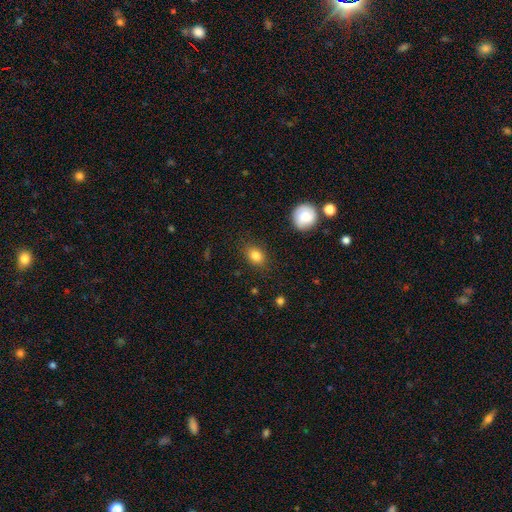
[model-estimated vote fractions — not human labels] smooth-or-featured: smooth: 83% | star or artifact: 10% | featured or disk: 7%
  how-rounded: in between: 67% | round: 32% | cigar-shaped: 1%
  merging: none: 83% | minor disturbance: 12% | major disturbance: 3% | merger: 2%